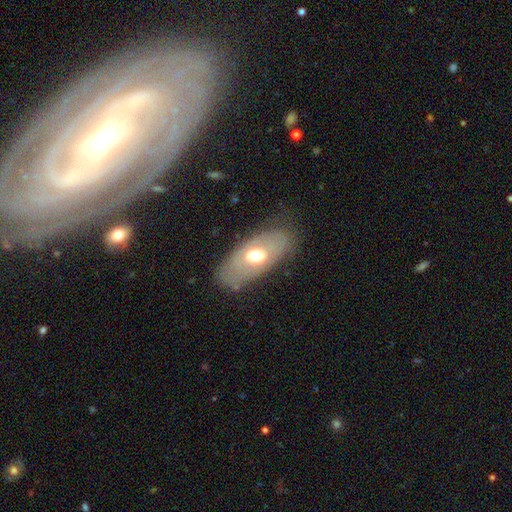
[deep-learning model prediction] A featured or disk galaxy (50%).

Vote fractions:
- Smooth or featured? featured or disk: 50% / smooth: 42% / star or artifact: 8%
- Merging? none: 80% / minor disturbance: 13% / major disturbance: 4% / merger: 3%